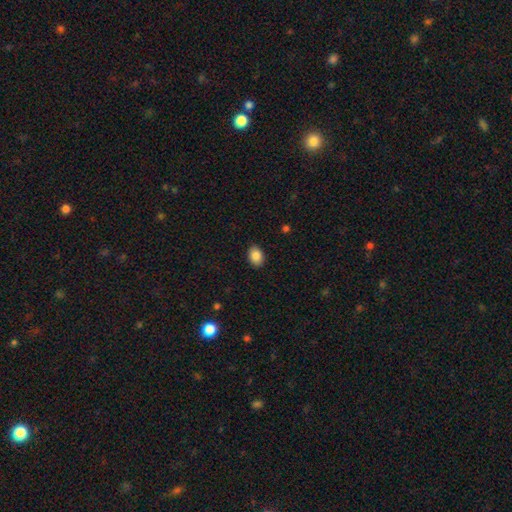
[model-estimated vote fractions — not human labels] The model was most divided on "how rounded": in between: 77%, round: 22%, cigar-shaped: 1%. More confident: merging — none (89%); smooth or featured — smooth (88%).